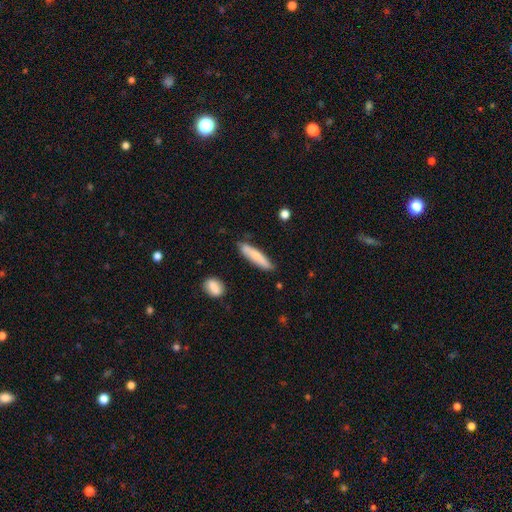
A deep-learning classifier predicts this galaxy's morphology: Q: Smooth or featured?
A: smooth (76%); runner-up: featured or disk (18%)
Q: How rounded?
A: cigar-shaped (84%); runner-up: in between (14%)
Q: Merging?
A: none (81%); runner-up: minor disturbance (14%)